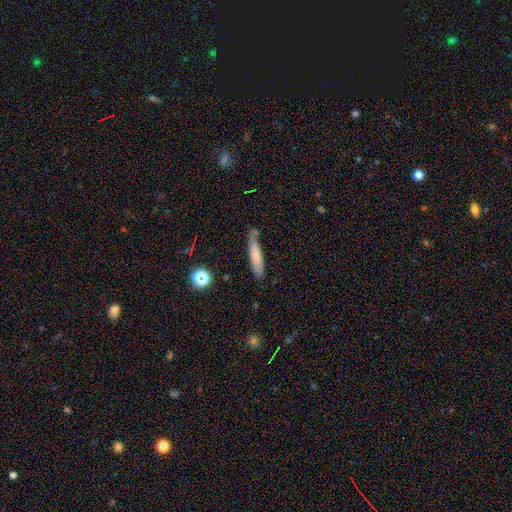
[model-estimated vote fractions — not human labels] The model was most divided on "merging": none: 68%, minor disturbance: 22%, merger: 5%, major disturbance: 5%. More confident: how rounded — cigar-shaped (81%); smooth or featured — smooth (71%).